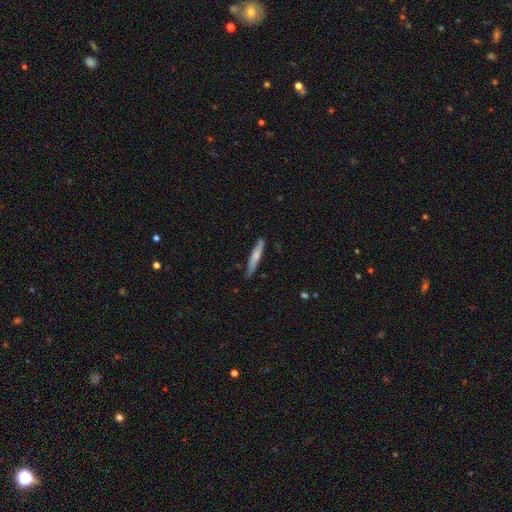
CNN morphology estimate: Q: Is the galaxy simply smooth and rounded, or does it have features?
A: smooth — 69%.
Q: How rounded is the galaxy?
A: cigar-shaped — 94%.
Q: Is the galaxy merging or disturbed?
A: none — 82%.